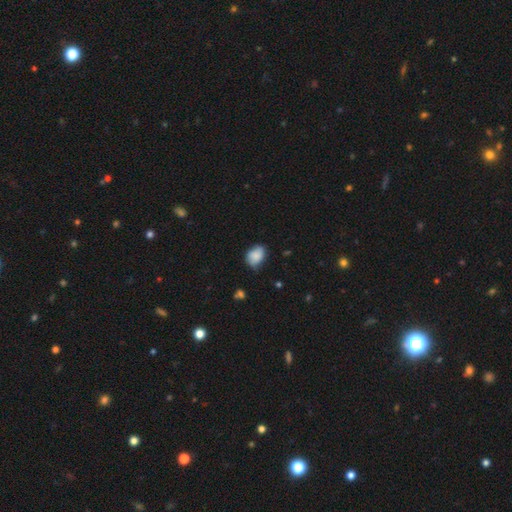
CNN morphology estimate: Smooth or featured?
  - smooth: 82% *
  - featured or disk: 11%
  - star or artifact: 8%
How rounded?
  - in between: 74% *
  - round: 24%
  - cigar-shaped: 1%
Merging?
  - none: 61% *
  - minor disturbance: 31%
  - major disturbance: 6%
  - merger: 2%